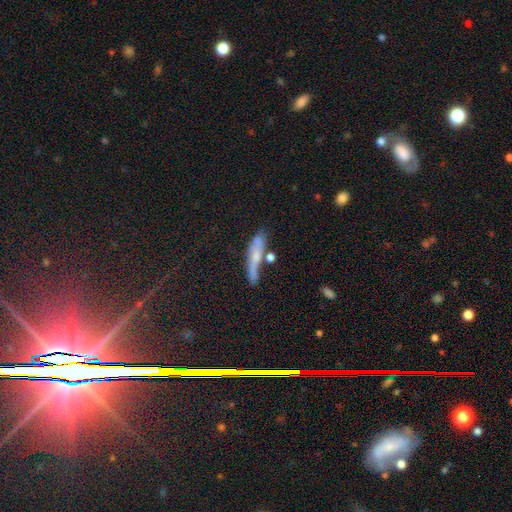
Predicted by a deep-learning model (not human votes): Smooth or featured? smooth (49%)
Merging? none (48%)